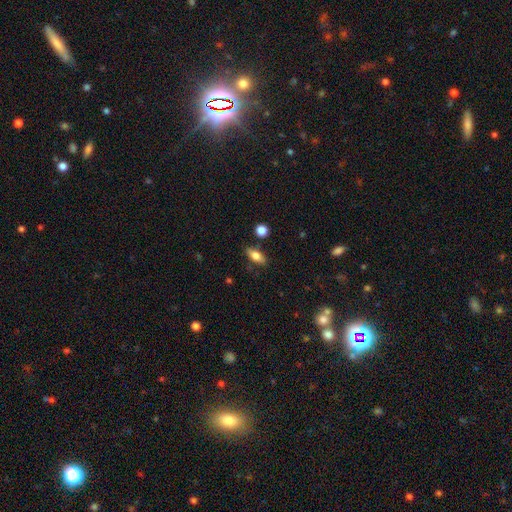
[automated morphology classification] smooth_or_featured: smooth (p=0.74) [alt: featured or disk p=0.18]
how_rounded: in between (p=0.78) [alt: cigar-shaped p=0.17]
merging: none (p=0.82) [alt: minor disturbance p=0.12]